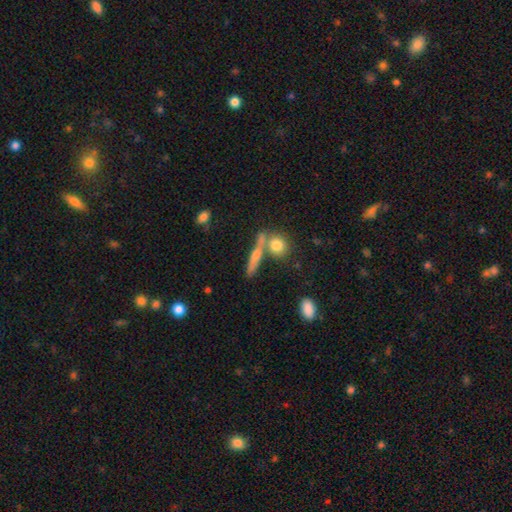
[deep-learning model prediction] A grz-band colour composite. It shows a smooth galaxy with no disk features (57%) that is cigar-shaped (67%). Merging: none (60%).